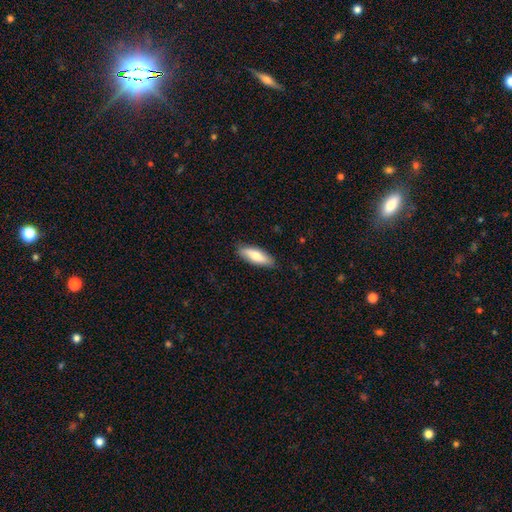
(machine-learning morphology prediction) smooth-or-featured: smooth: 74% | featured or disk: 20% | star or artifact: 5%
  how-rounded: in between: 58% | cigar-shaped: 40% | round: 2%
  merging: none: 86% | minor disturbance: 11% | major disturbance: 2% | merger: 1%